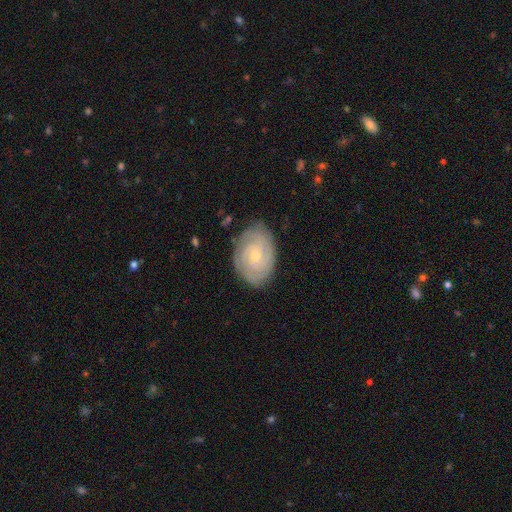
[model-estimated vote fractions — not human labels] Morphology: type=featured or disk (75%); edge-on=no (97%); bar=no (74%); spiral arms=yes (92%); winding=tight (77%); arm count=can't tell (38%); bulge=small (75%); merging=none (79%).